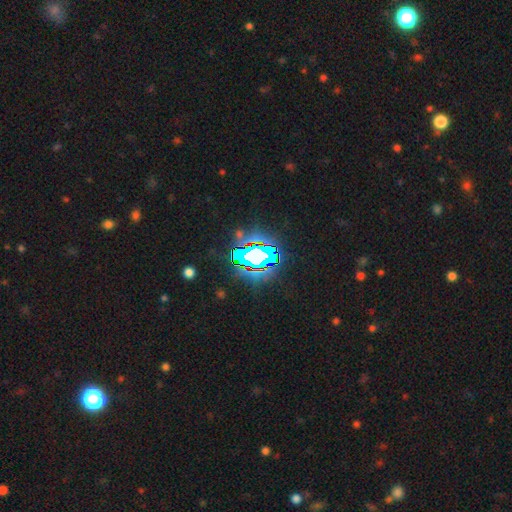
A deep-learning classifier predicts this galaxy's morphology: This appears to be a star or artifact, not a galaxy (65%).